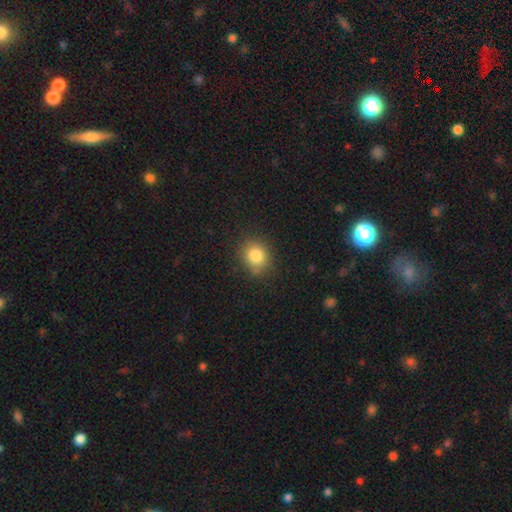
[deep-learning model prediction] Smooth or featured? smooth (83%)
How rounded? round (71%)
Merging? none (80%)